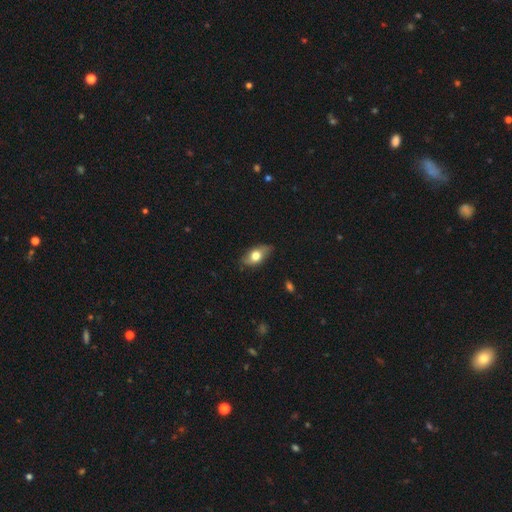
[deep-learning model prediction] A smooth galaxy with no disk features (65%) that is in between round and cigar-shaped (84%).

Vote fractions:
- Smooth or featured? smooth: 65% / featured or disk: 28% / star or artifact: 7%
- How rounded? in between: 84% / round: 8% / cigar-shaped: 7%
- Merging? none: 77% / minor disturbance: 19% / major disturbance: 3% / merger: 1%